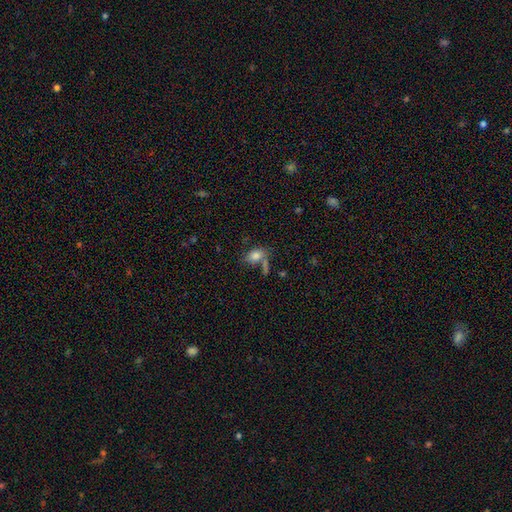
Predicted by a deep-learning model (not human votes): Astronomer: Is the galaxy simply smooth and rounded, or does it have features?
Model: smooth — 81%.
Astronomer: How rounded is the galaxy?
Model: in between — 85%.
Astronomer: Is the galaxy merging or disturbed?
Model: none — 53%.